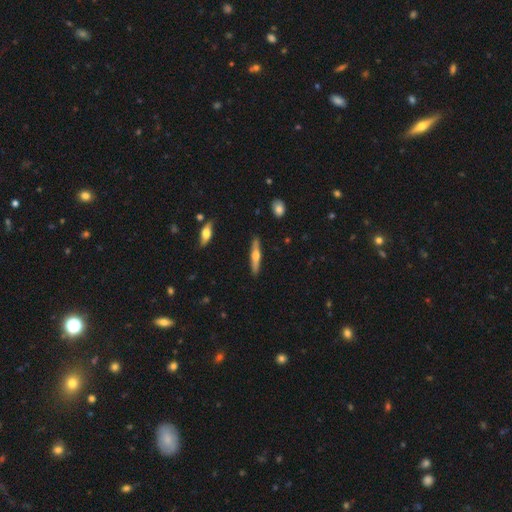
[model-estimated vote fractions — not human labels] Q: Smooth or featured?
A: featured or disk (62%); runner-up: smooth (32%)
Q: Edge-on disk?
A: yes (96%); runner-up: no (4%)
Q: Edge-on bulge?
A: rounded (92%); runner-up: boxy (4%)
Q: Merging?
A: none (89%); runner-up: minor disturbance (8%)